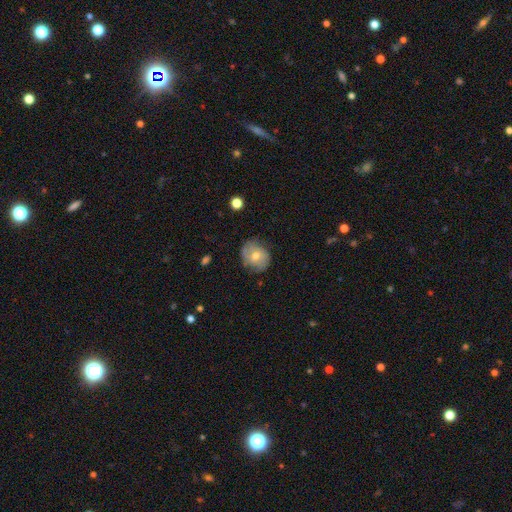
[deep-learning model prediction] smooth_or_featured: smooth (p=0.58) [alt: featured or disk p=0.34]
how_rounded: round (p=0.61) [alt: in between p=0.38]
merging: none (p=0.75) [alt: minor disturbance p=0.19]